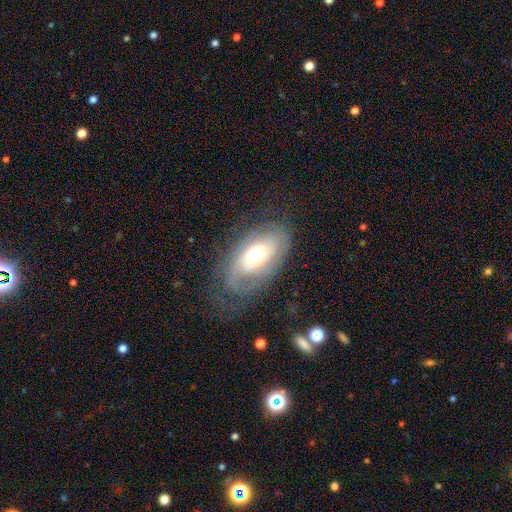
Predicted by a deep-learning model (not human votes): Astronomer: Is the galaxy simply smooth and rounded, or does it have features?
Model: featured or disk — 67%.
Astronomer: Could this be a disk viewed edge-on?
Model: no — 92%.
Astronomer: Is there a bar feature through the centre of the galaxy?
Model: no — 61%.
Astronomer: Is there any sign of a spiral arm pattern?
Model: yes — 83%.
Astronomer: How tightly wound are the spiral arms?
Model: tight — 52% (runner-up: medium, 33%).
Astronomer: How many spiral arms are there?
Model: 2 — 42% (runner-up: can't tell, 35%).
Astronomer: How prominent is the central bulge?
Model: moderate — 61%.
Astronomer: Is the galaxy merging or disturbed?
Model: none — 62%.